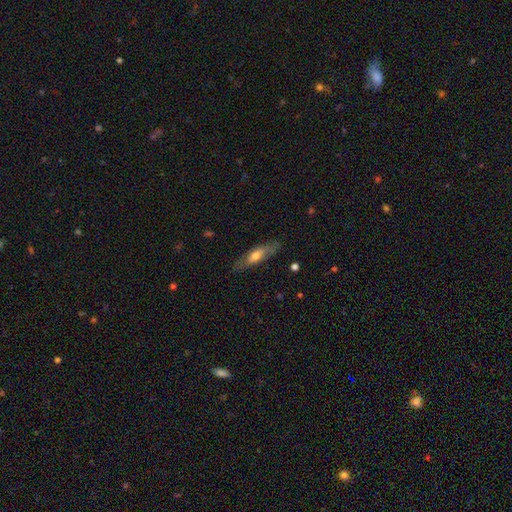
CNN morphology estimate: This is possibly a smooth galaxy (47%, tied with featured or disk). Merging: likely none (79%).